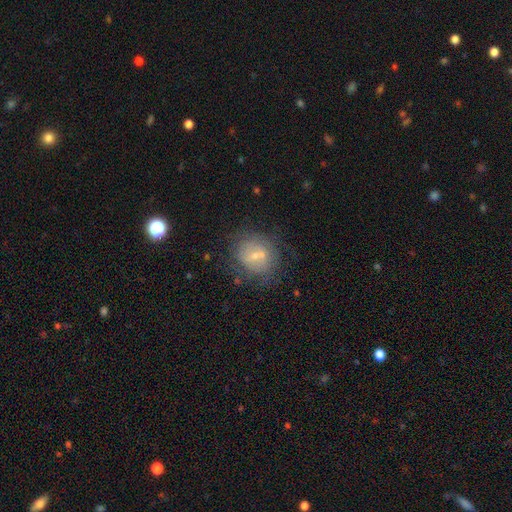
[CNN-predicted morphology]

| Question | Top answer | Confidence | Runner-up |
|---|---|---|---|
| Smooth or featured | smooth | 45% | featured or disk (44%) |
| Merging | none | 59% | minor disturbance (17%) |